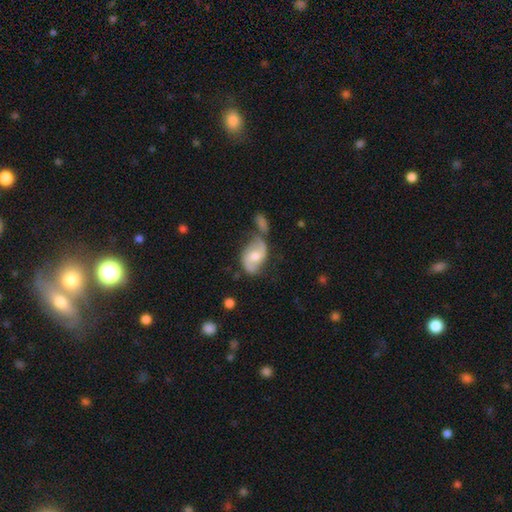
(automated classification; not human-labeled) This appears to be a featured or disk galaxy (68%) with no bar (46%), 2 (89%) loose (57%) spiral arms (89%) and a moderate central bulge (63%). Merging: none (48%).